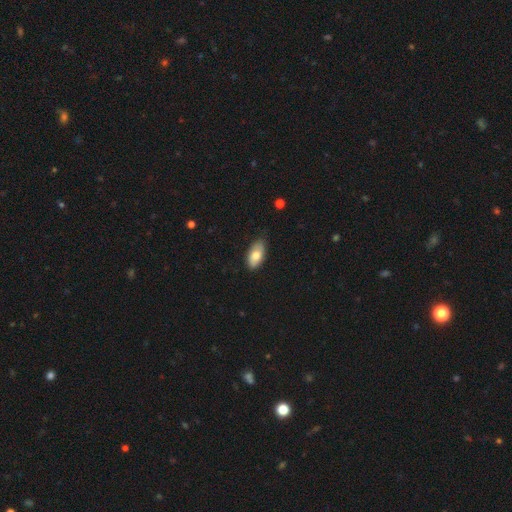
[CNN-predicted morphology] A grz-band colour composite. It shows a smooth galaxy with no disk features (77%) that is in between round and cigar-shaped (93%). Merging: none (77%).